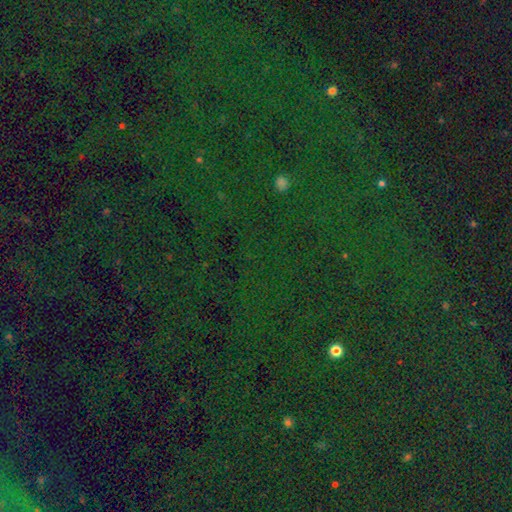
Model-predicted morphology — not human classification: type=star or artifact (78%).